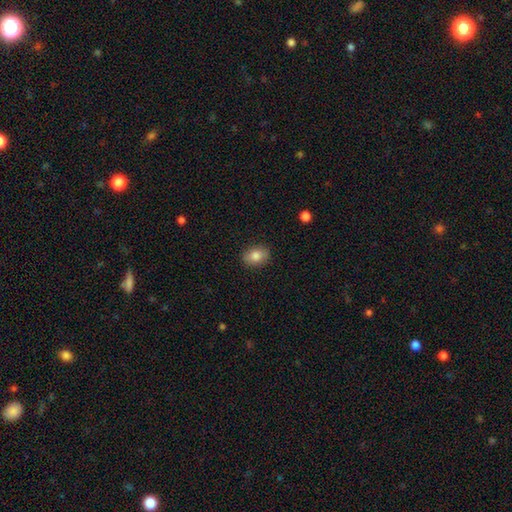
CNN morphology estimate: type=smooth (83%); roundness=in between (68%); merging=none (87%).